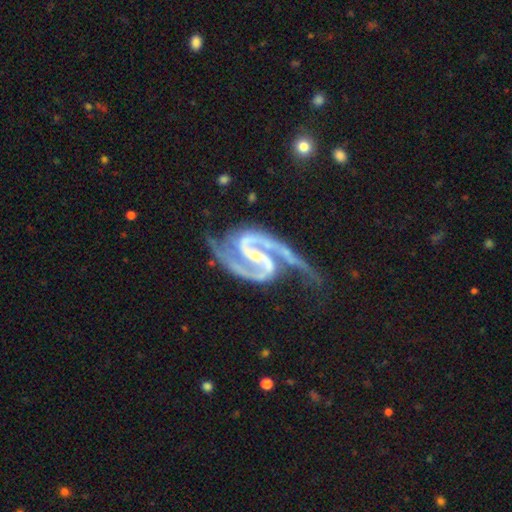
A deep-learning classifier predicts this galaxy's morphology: This is clearly a featured or disk galaxy (95%). It is clearly not viewed edge-on (98%). Bar: possibly strong (55%). Spiral arm pattern: clearly yes (99%). Spiral arm count: clearly 2 (94%). Spiral winding: likely medium (63%). Central bulge: likely small (71%). Merging: possibly none (53%).